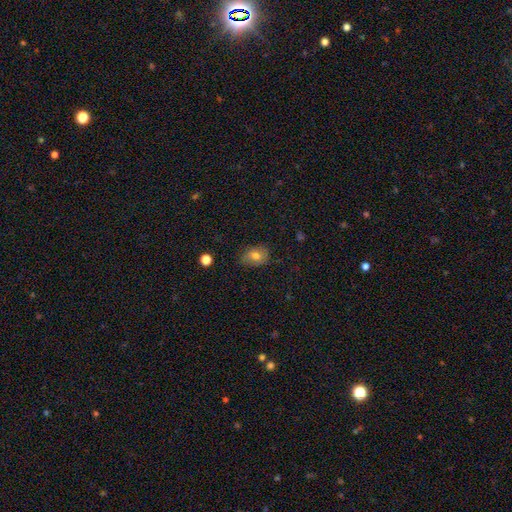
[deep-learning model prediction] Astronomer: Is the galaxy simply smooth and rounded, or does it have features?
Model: smooth — 76%.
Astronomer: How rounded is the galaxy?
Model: in between — 72%.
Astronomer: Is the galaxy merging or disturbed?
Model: none — 76%.